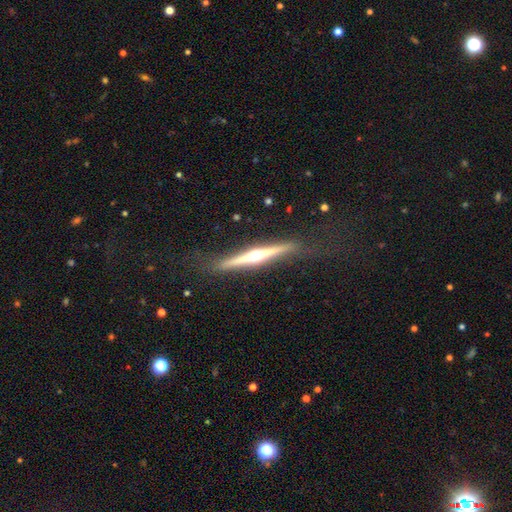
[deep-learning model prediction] Smooth or featured? featured or disk (82%)
Edge-on disk? yes (98%)
Edge-on bulge? rounded (93%)
Merging? none (80%)